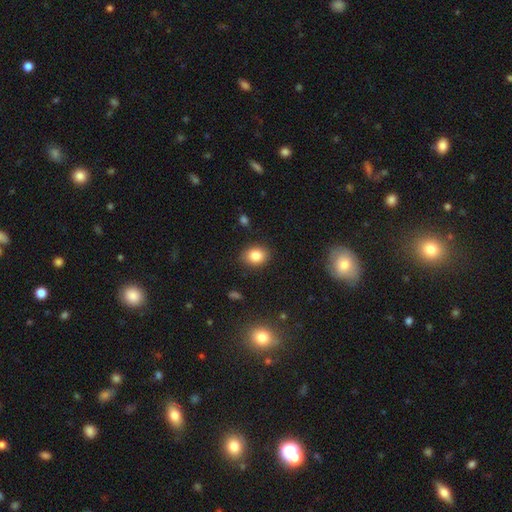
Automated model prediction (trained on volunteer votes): smooth_or_featured: smooth (p=0.83) [alt: star or artifact p=0.10]
how_rounded: in between (p=0.53) [alt: round p=0.46]
merging: none (p=0.87) [alt: minor disturbance p=0.09]